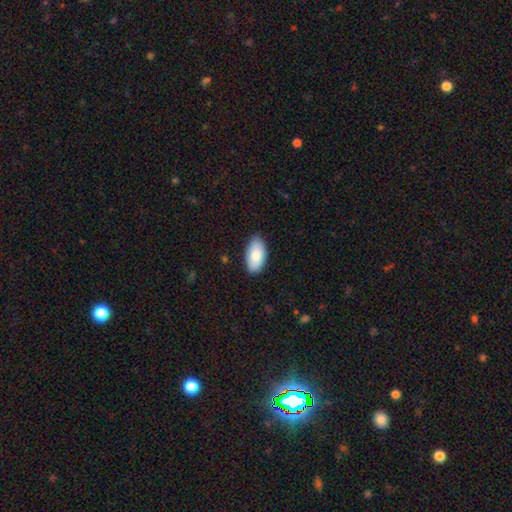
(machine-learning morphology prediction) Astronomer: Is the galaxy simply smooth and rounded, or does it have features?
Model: smooth — 85%.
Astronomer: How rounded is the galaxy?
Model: in between — 95%.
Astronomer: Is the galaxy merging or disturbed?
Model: none — 87%.